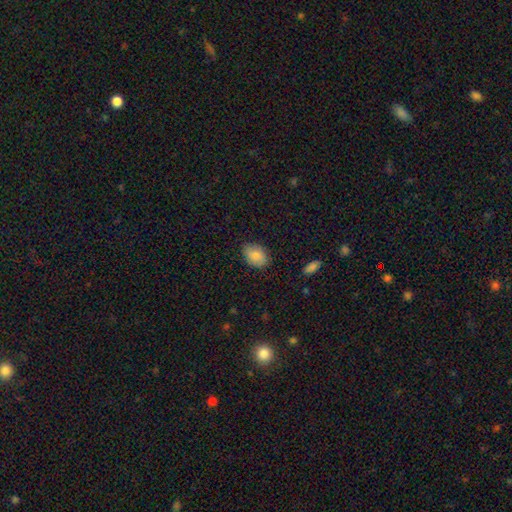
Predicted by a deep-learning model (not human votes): Morphology: type=smooth (86%); roundness=in between (82%); merging=none (84%).